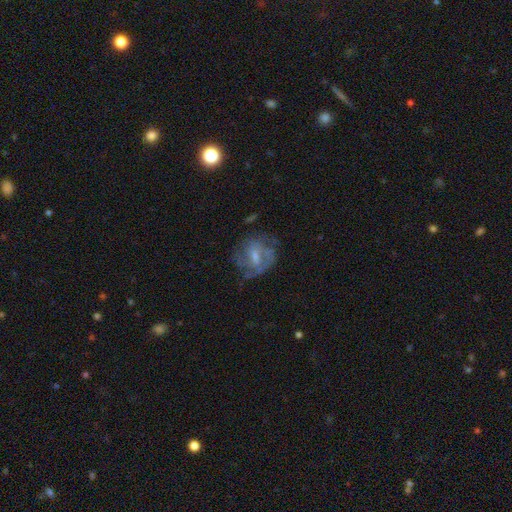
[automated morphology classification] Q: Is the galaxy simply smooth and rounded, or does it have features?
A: featured or disk — 67%.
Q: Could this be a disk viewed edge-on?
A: no — 97%.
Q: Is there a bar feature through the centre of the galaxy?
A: weak — 51%.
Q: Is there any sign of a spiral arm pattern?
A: yes — 72%.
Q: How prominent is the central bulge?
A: moderate — 42%.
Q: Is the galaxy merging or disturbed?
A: none — 55%.